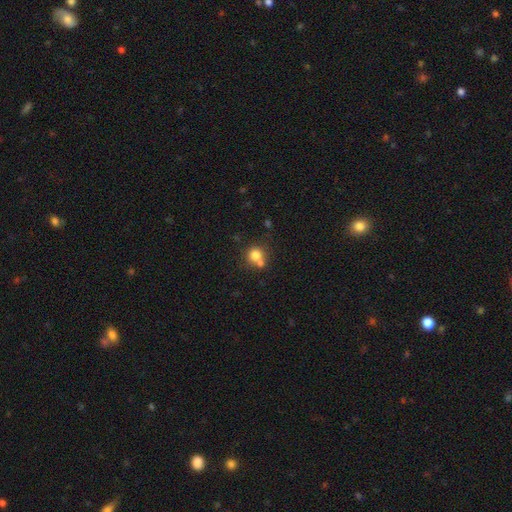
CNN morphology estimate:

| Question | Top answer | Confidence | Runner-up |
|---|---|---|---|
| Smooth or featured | smooth | 77% | star or artifact (12%) |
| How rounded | round | 87% | in between (12%) |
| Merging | none | 52% | merger (36%) |